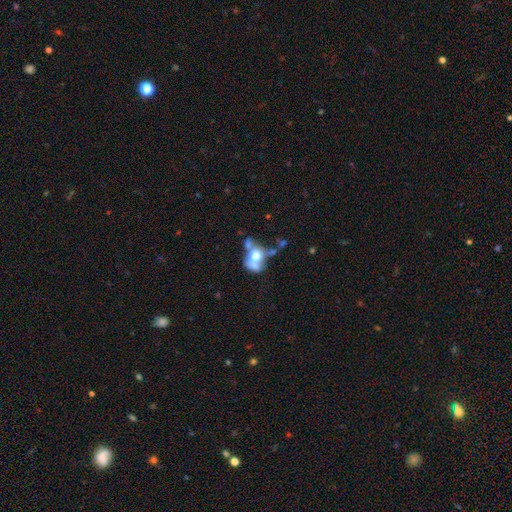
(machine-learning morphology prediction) Smooth or featured: smooth — 50% (featured or disk — 38%)
How rounded: in between — 55% (round — 43%)
Merging: merger — 46% (major disturbance — 22%)